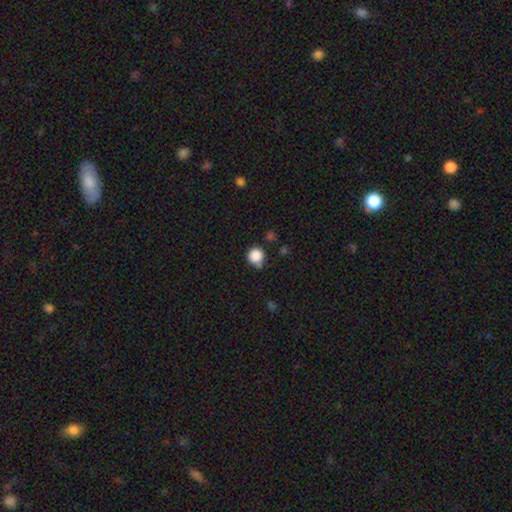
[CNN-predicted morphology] smooth 86%, star or artifact 10%, featured or disk 4%. Down the decision tree: how rounded — round (92%); merging — none (69%).